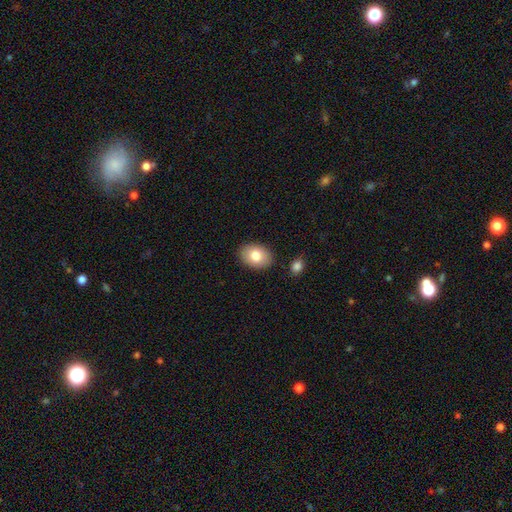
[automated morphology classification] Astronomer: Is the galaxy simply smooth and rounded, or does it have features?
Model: smooth — 80%.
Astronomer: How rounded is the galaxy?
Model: in between — 76%.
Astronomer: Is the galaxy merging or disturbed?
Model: none — 87%.